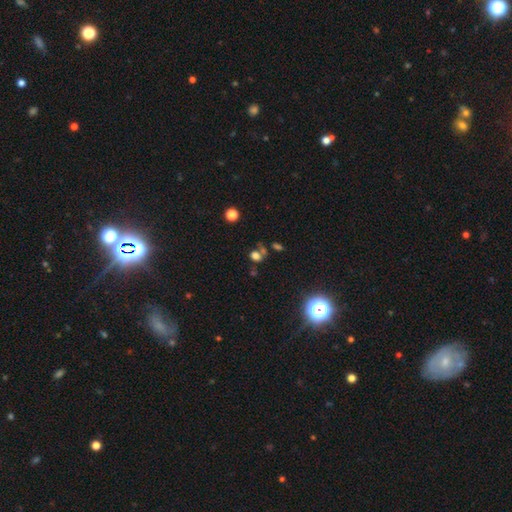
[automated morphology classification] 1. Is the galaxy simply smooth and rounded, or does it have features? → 59% smooth, 27% star or artifact, 13% featured or disk.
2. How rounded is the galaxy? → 52% round, 45% in between, 2% cigar-shaped.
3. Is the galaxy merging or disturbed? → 45% none, 30% merger, 13% minor disturbance, 12% major disturbance.